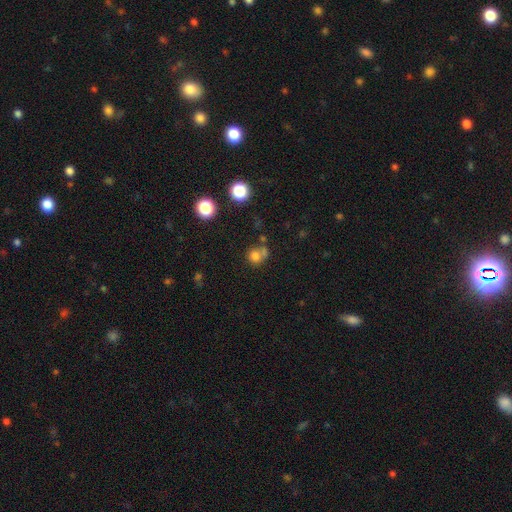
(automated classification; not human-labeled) Smooth or featured? smooth (75%)
How rounded? round (82%)
Merging? none (48%)